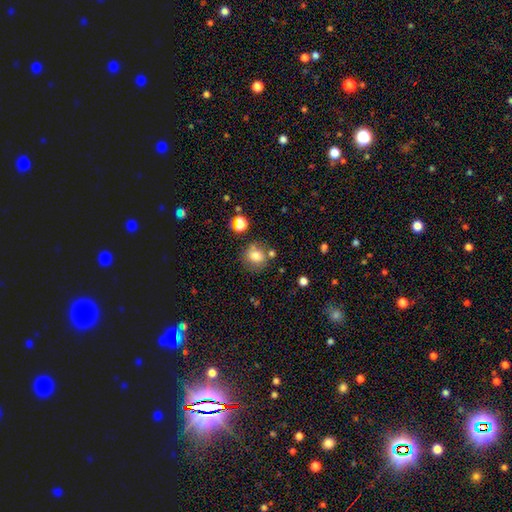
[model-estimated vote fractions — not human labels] Smooth or featured: smooth — 78% (star or artifact — 12%)
How rounded: round — 81% (in between — 18%)
Merging: none — 70% (minor disturbance — 15%)